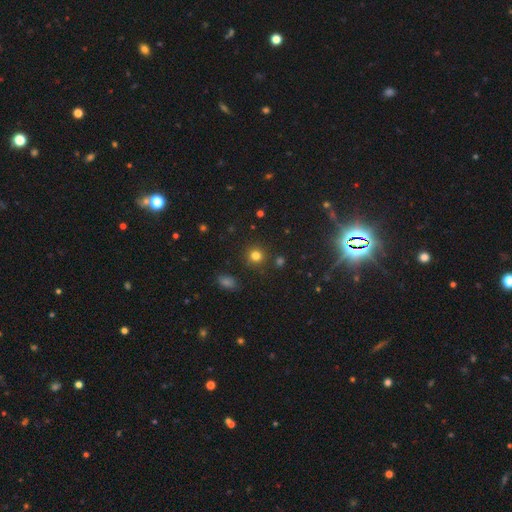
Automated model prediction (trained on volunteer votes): smooth-or-featured: smooth: 78% | star or artifact: 16% | featured or disk: 6%
  how-rounded: round: 92% | in between: 7% | cigar-shaped: 1%
  merging: none: 88% | minor disturbance: 7% | merger: 3% | major disturbance: 3%